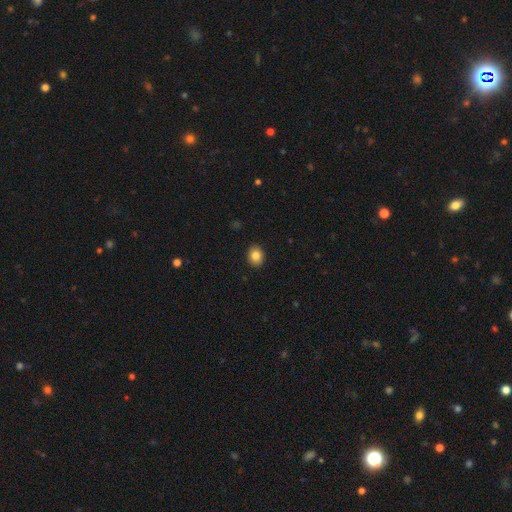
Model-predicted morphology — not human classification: Overall: smooth (83%). How rounded: round (60%; in between 39%). Merging: none (91%).